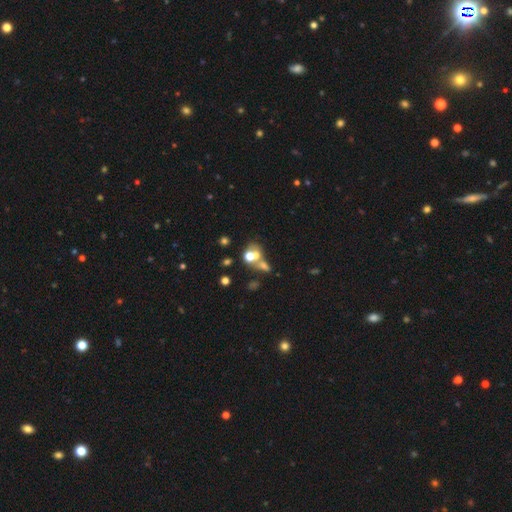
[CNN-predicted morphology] Smooth or featured: smooth — 54% (featured or disk — 26%)
How rounded: round — 58% (in between — 40%)
Merging: merger — 55% (none — 28%)